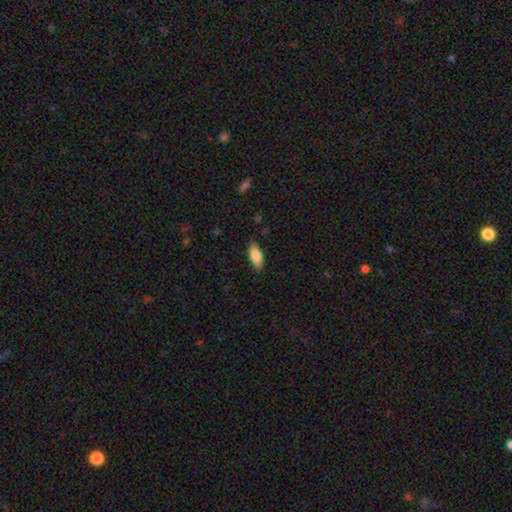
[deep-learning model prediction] Smooth or featured?
  - smooth: 83% *
  - featured or disk: 11%
  - star or artifact: 6%
How rounded?
  - in between: 78% *
  - cigar-shaped: 20%
  - round: 2%
Merging?
  - none: 85% *
  - minor disturbance: 11%
  - major disturbance: 2%
  - merger: 1%